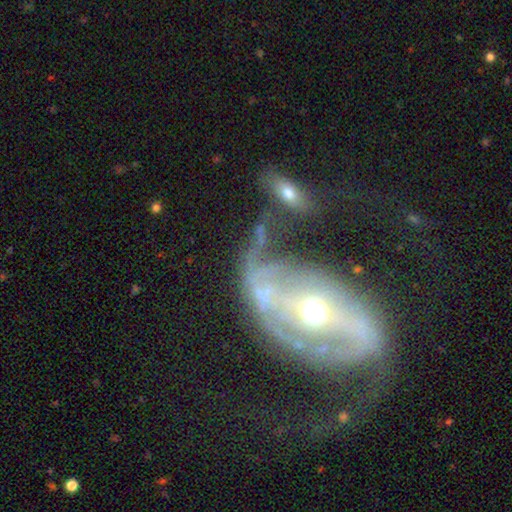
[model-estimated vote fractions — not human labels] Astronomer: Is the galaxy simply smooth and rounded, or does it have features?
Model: featured or disk — 86%.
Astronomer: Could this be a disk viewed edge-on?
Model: no — 95%.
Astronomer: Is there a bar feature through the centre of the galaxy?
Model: strong — 41% (runner-up: weak, 30%).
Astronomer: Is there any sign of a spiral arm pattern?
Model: yes — 84%.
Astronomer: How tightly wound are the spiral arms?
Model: medium — 39%, tied with loose at 39%.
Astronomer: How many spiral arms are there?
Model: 2 — 79%.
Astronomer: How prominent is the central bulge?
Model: moderate — 71%.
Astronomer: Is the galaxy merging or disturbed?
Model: none — 35% (runner-up: major disturbance, 32%).